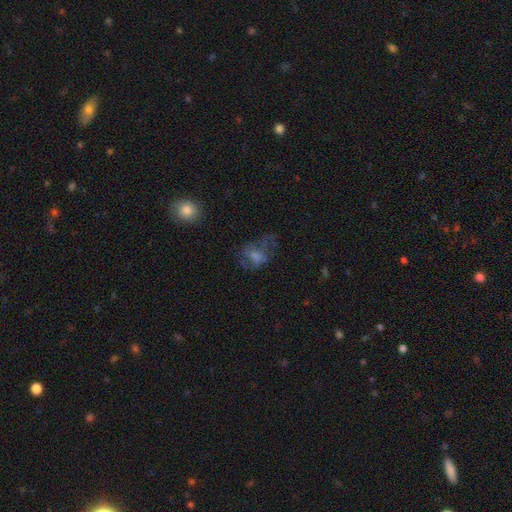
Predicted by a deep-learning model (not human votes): Overall: smooth (45%; featured or disk 37%). Merging: none (39%; major disturbance 37%).